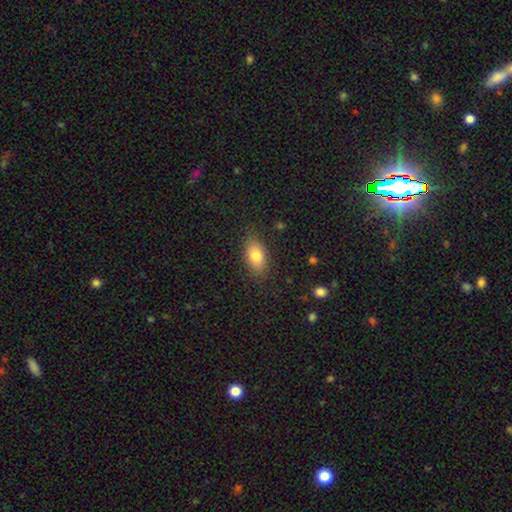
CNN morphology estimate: smooth 80%, featured or disk 12%, star or artifact 8%. Down the decision tree: how rounded — in between (88%); merging — none (83%).